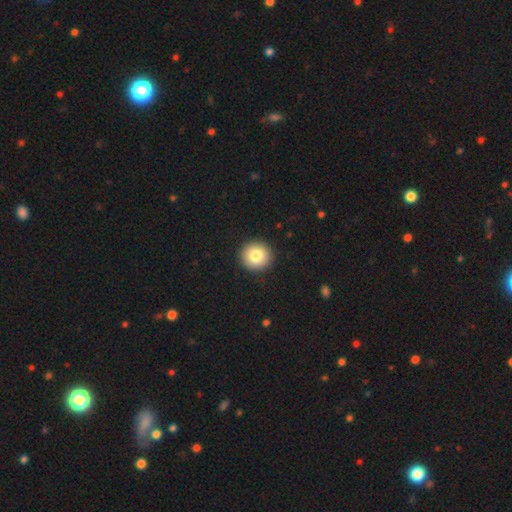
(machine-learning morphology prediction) Q: Smooth or featured?
A: smooth (81%); runner-up: featured or disk (10%)
Q: How rounded?
A: round (94%); runner-up: in between (6%)
Q: Merging?
A: none (93%); runner-up: minor disturbance (5%)